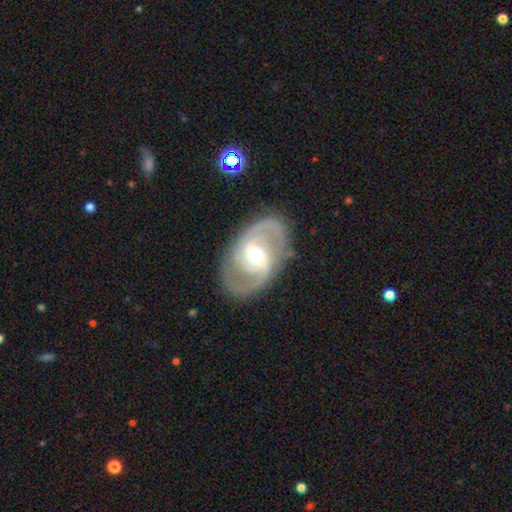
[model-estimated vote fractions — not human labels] featured or disk 85%, smooth 10%, star or artifact 5%. Down the decision tree: edge-on disk — no (96%); bar — weak (45%); spiral arms — yes (90%); spiral arm count — 2 (82%); spiral winding — medium (47%); bulge size — moderate (69%); merging — none (80%).